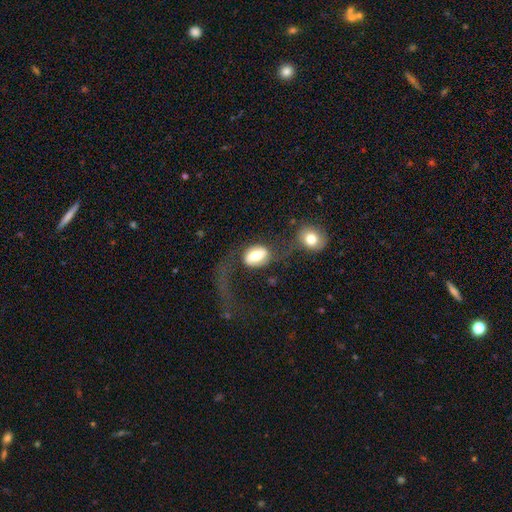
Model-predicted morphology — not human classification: Smooth or featured? Predicted: smooth (p=0.52). How rounded? Predicted: in between (p=0.72). Merging? Predicted: major disturbance (p=0.36).